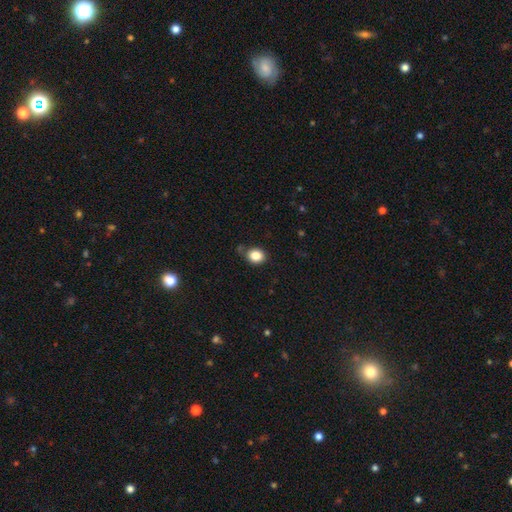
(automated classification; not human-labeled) Smooth or featured?
  - smooth: 85% *
  - star or artifact: 10%
  - featured or disk: 5%
How rounded?
  - round: 64% *
  - in between: 36%
  - cigar-shaped: 1%
Merging?
  - none: 77% *
  - minor disturbance: 15%
  - merger: 4%
  - major disturbance: 4%